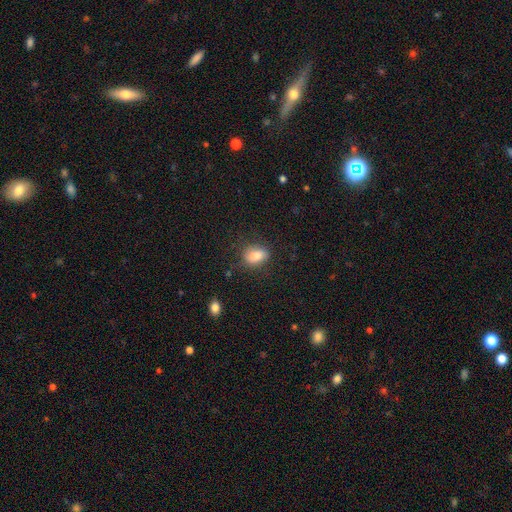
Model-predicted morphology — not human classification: Smooth or featured?
  - smooth: 85% *
  - star or artifact: 8%
  - featured or disk: 6%
How rounded?
  - in between: 83% *
  - round: 15%
  - cigar-shaped: 3%
Merging?
  - none: 75% *
  - minor disturbance: 18%
  - major disturbance: 6%
  - merger: 2%